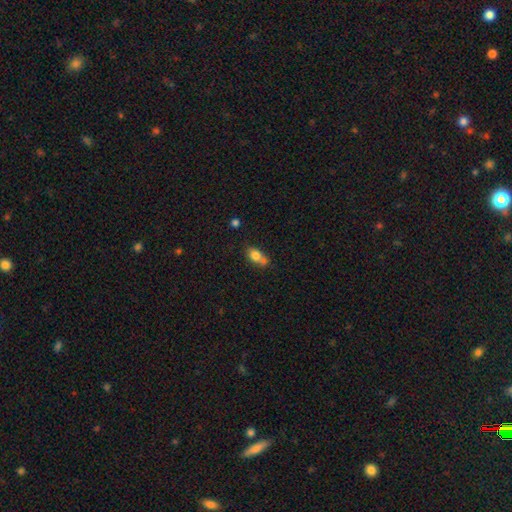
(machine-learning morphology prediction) This is likely a smooth galaxy (77%). How rounded: likely in between (73%). Merging: marginally none (40%).